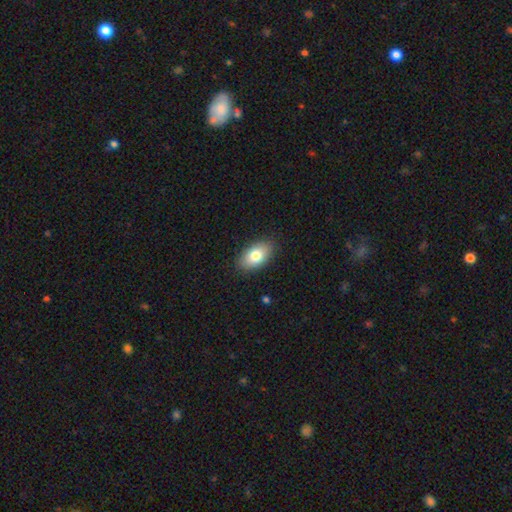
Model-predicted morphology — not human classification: smooth 78%, featured or disk 14%, star or artifact 7%. Down the decision tree: how rounded — in between (92%); merging — none (87%).